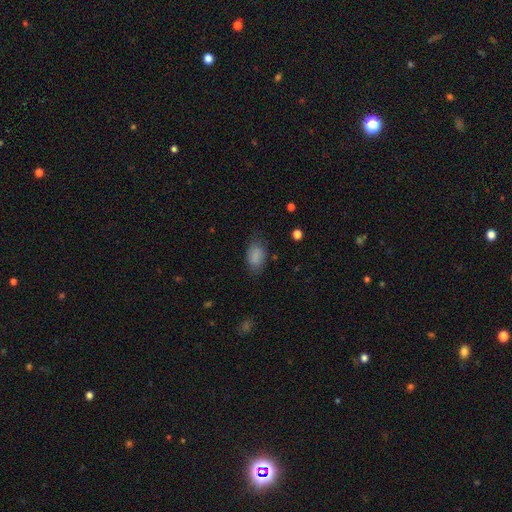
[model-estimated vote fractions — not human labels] The model was most divided on "merging": none: 73%, minor disturbance: 20%, major disturbance: 6%, merger: 1%. More confident: how rounded — in between (90%); smooth or featured — smooth (85%).